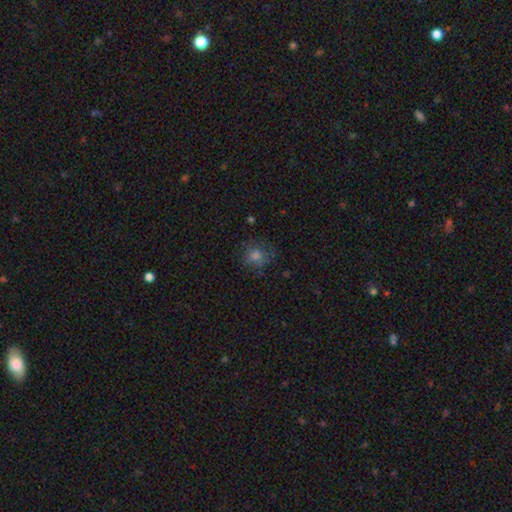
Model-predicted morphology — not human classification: This appears to be a smooth galaxy with no disk features (64%) that is round (80%). Merging: none (71%).